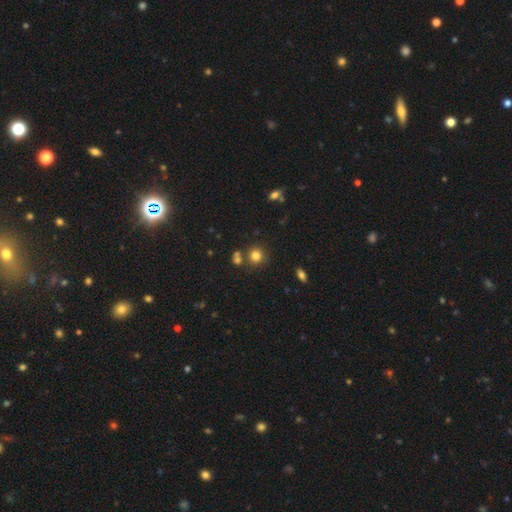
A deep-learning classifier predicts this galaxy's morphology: Smooth or featured? smooth (79%)
How rounded? round (89%)
Merging? none (71%)